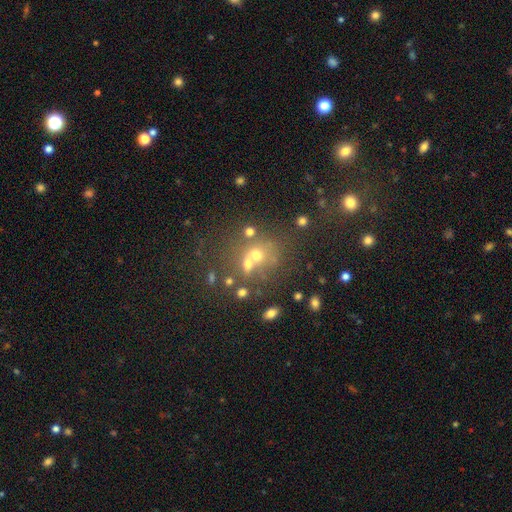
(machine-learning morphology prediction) The model was most divided on "smooth or featured": smooth: 48%, star or artifact: 32%, featured or disk: 20%. Remaining: merging — none (50%).